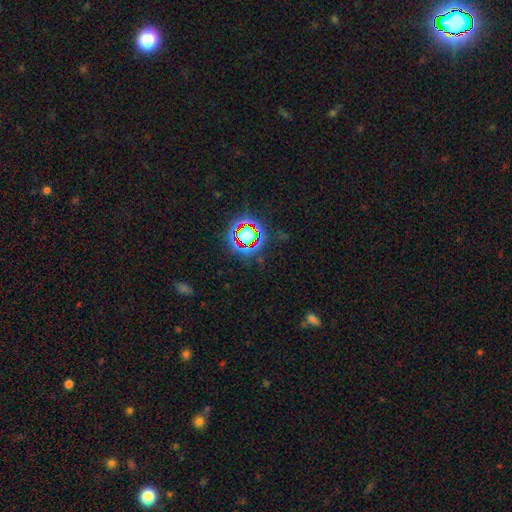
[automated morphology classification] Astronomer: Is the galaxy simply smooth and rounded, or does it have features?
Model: star or artifact — 67%.